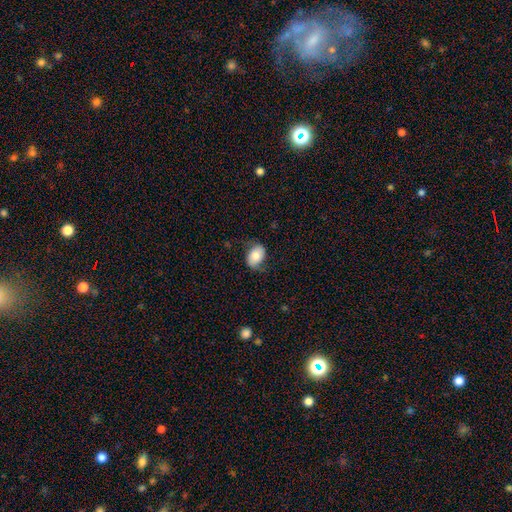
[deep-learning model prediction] A smooth galaxy with no disk features (70%) that is in between round and cigar-shaped (82%). Merging: none (68%).